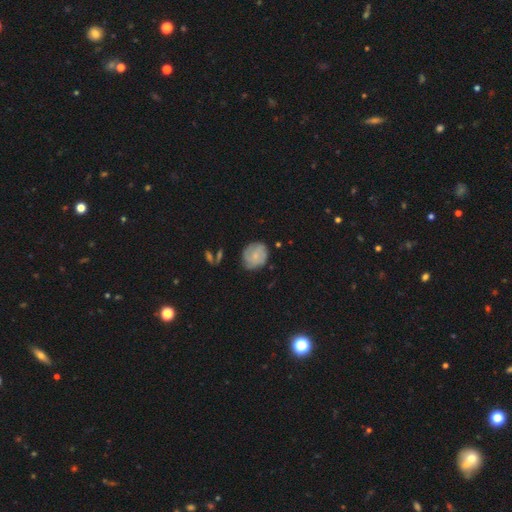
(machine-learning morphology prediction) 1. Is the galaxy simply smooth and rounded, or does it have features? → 49% featured or disk, 44% smooth, 7% star or artifact.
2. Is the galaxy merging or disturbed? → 71% none, 21% minor disturbance, 6% major disturbance, 2% merger.